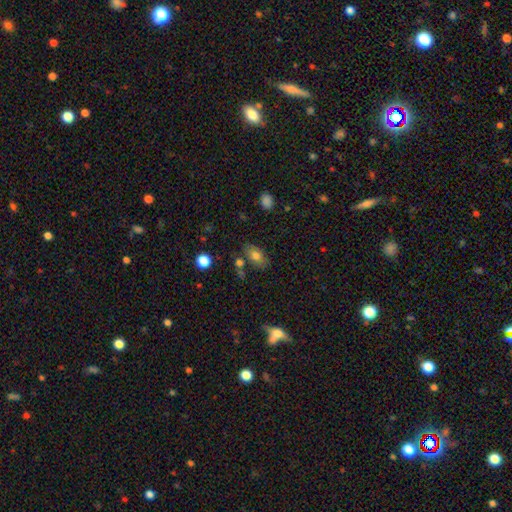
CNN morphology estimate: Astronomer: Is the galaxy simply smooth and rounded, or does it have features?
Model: smooth — 76%.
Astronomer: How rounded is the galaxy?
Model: in between — 86%.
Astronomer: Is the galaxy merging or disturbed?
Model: none — 70%.